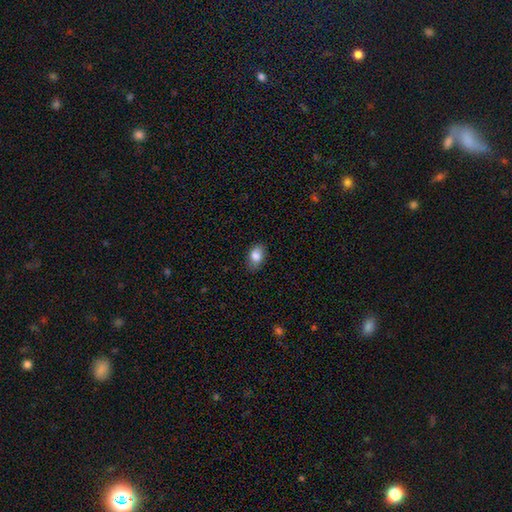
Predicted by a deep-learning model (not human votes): Overall: smooth (83%). How rounded: in between (86%). Merging: none (81%).